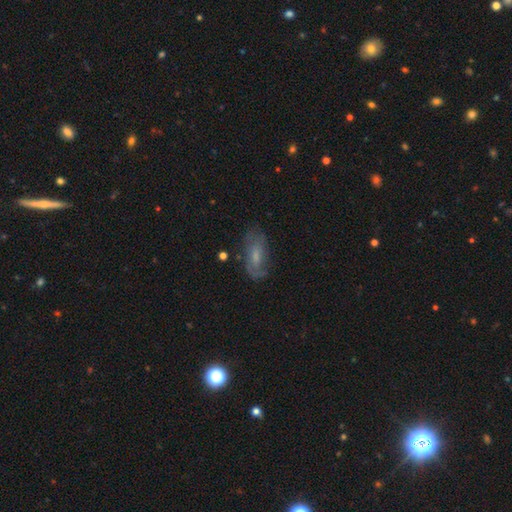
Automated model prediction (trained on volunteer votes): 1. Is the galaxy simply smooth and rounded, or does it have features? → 49% featured or disk, 42% smooth, 9% star or artifact.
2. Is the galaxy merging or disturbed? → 67% none, 21% minor disturbance, 10% major disturbance, 2% merger.